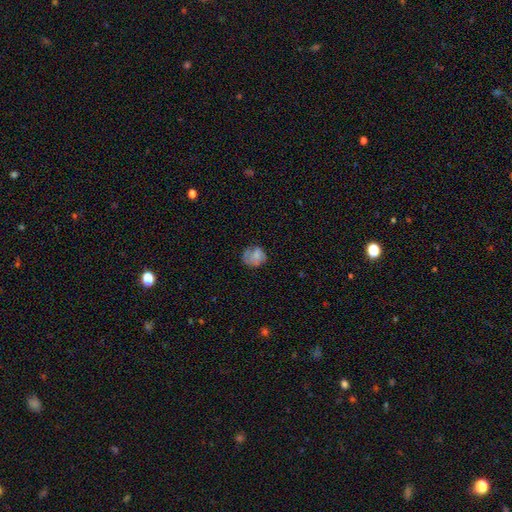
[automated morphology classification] This appears to be a smooth galaxy with no disk features (64%) that is round (64%). Merging: none (53%).